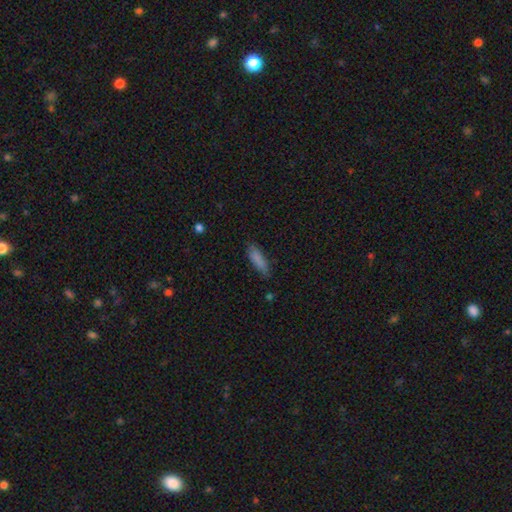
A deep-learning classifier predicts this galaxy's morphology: This appears to be a smooth galaxy with no disk features (82%) that is cigar-shaped (71%). Merging: none (81%).